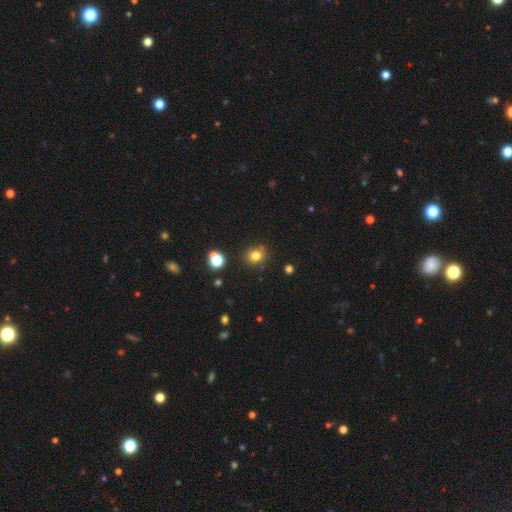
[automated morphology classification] smooth_or_featured: smooth (p=0.79) [alt: star or artifact p=0.15]
how_rounded: round (p=0.75) [alt: in between p=0.24]
merging: none (p=0.79) [alt: minor disturbance p=0.12]